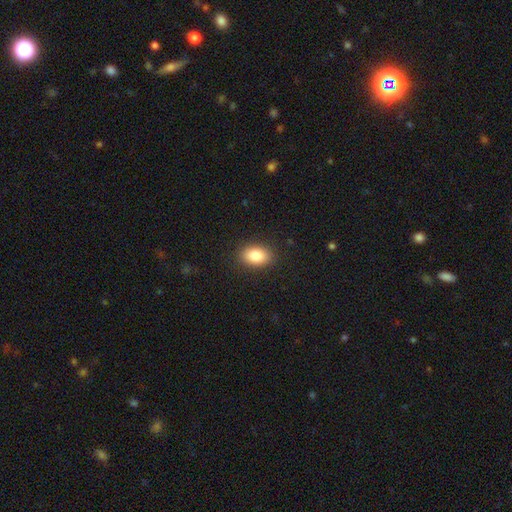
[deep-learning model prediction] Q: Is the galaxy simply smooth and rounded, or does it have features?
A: smooth — 86%.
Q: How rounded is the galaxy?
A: in between — 88%.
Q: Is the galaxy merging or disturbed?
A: none — 88%.